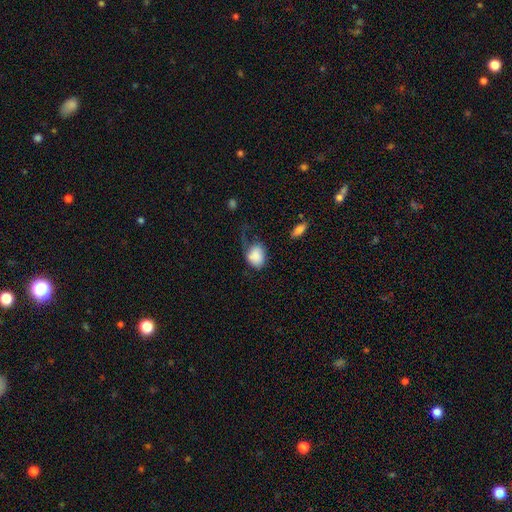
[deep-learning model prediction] smooth 82%, featured or disk 11%, star or artifact 7%. Down the decision tree: how rounded — in between (66%); merging — major disturbance (39%).